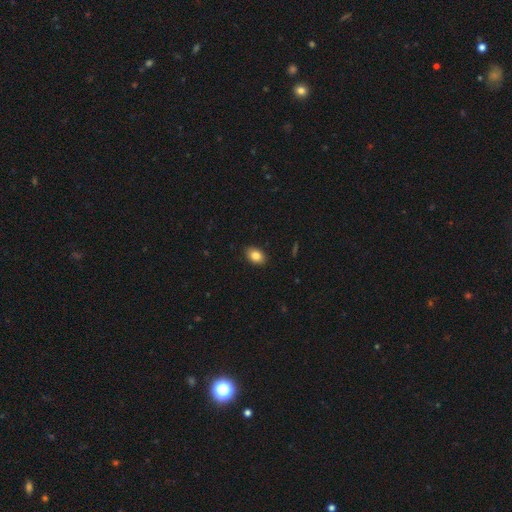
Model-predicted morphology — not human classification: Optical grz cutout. It shows a smooth galaxy with no disk features (84%) that is in between round and cigar-shaped (76%). Merging: none (90%).